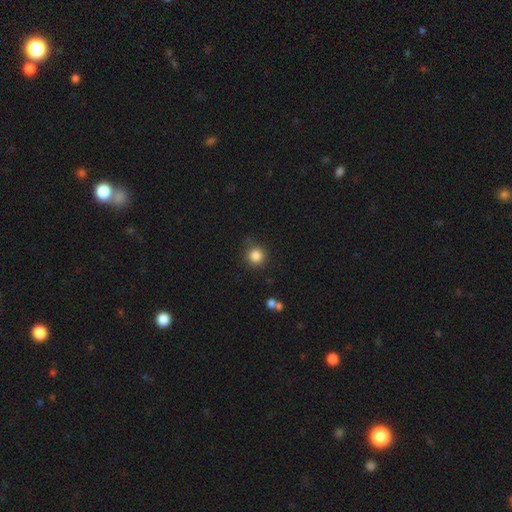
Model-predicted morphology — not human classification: This appears to be a smooth galaxy with no disk features (85%) that is round (94%). Merging: none (85%).